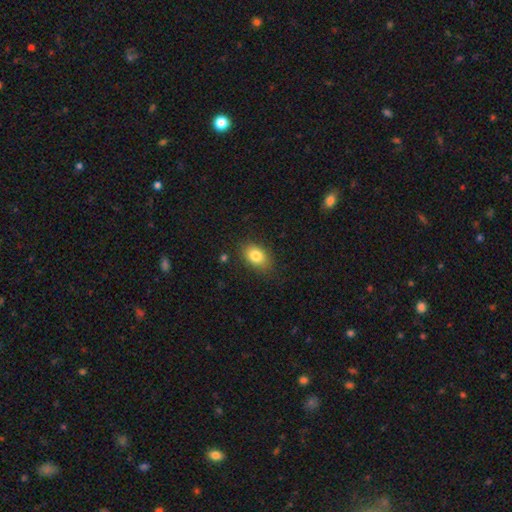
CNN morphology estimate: Smooth or featured?
  - smooth: 82% *
  - featured or disk: 9%
  - star or artifact: 9%
How rounded?
  - in between: 80% *
  - round: 19%
  - cigar-shaped: 1%
Merging?
  - none: 81% *
  - minor disturbance: 14%
  - major disturbance: 3%
  - merger: 2%